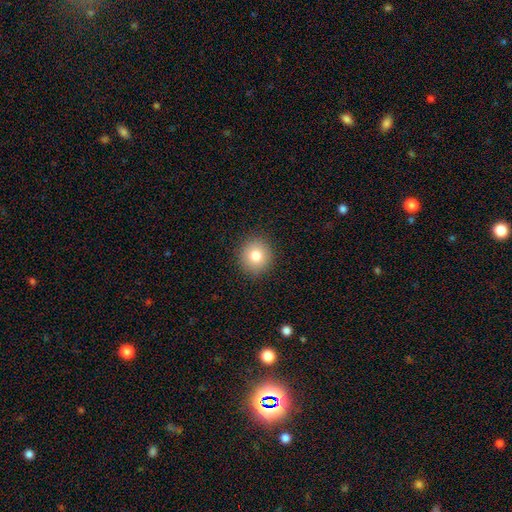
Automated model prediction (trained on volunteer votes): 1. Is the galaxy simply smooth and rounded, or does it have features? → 79% smooth, 11% star or artifact, 10% featured or disk.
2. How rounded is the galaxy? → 89% round, 10% in between, 1% cigar-shaped.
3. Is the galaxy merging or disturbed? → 91% none, 6% minor disturbance, 2% major disturbance, 1% merger.